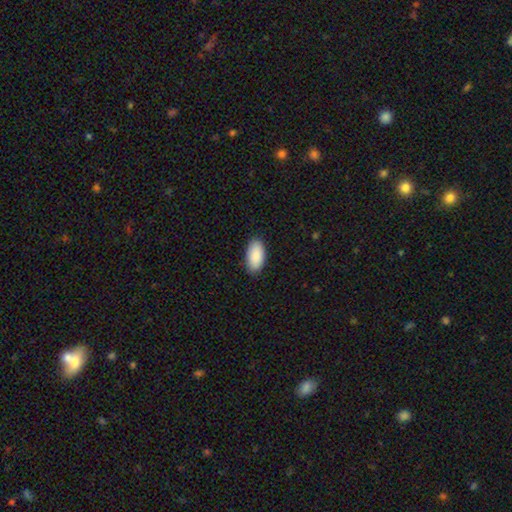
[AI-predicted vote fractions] smooth-or-featured: smooth: 91% | star or artifact: 5% | featured or disk: 4%
  how-rounded: in between: 95% | cigar-shaped: 3% | round: 2%
  merging: none: 88% | minor disturbance: 9% | major disturbance: 2% | merger: 1%